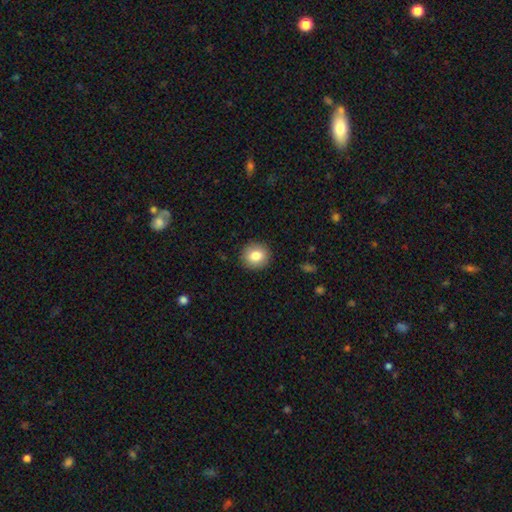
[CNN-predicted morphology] Smooth or featured: smooth — 83% (star or artifact — 9%)
How rounded: round — 88% (in between — 11%)
Merging: none — 91% (minor disturbance — 6%)